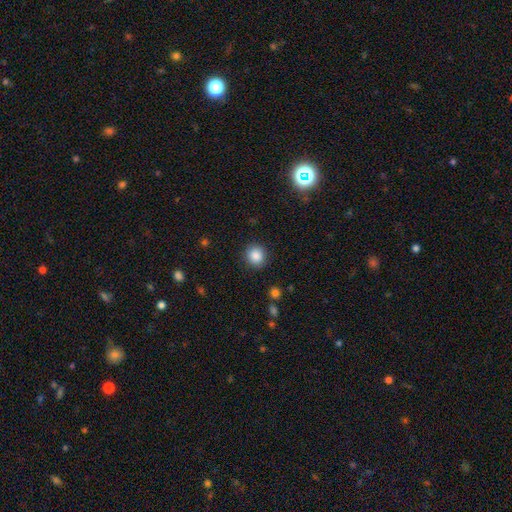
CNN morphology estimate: smooth 86%, star or artifact 10%, featured or disk 4%. Down the decision tree: how rounded — round (89%); merging — none (89%).